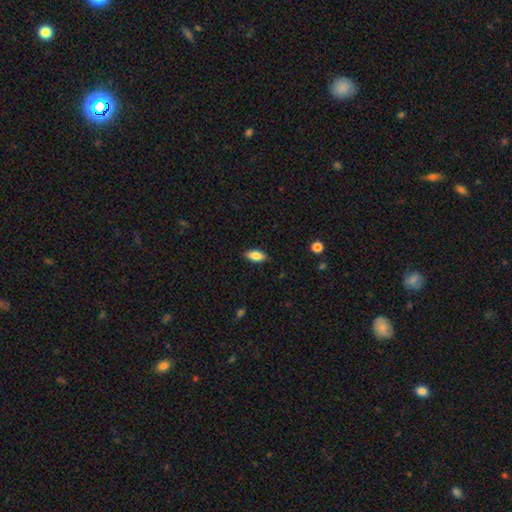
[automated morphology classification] A smooth galaxy with no disk features (84%) that is in between round and cigar-shaped (88%).

Vote fractions:
- Smooth or featured? smooth: 84% / featured or disk: 9% / star or artifact: 7%
- How rounded? in between: 88% / cigar-shaped: 9% / round: 3%
- Merging? none: 87% / minor disturbance: 10% / major disturbance: 2% / merger: 1%